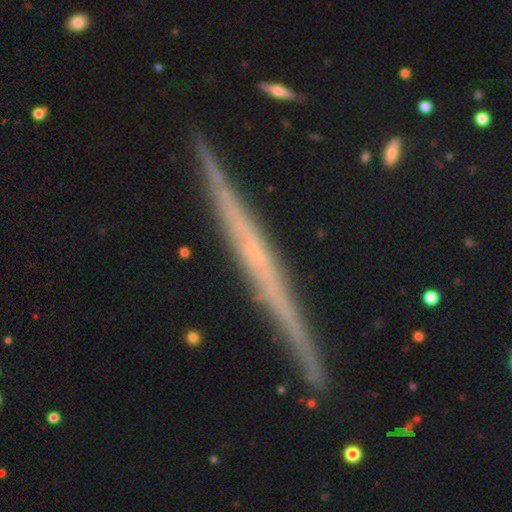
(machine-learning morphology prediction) Smooth or featured? Predicted: featured or disk (p=0.70). Edge-on disk? Predicted: yes (p=0.97). Edge-on bulge? Predicted: none (p=0.82). Merging? Predicted: none (p=0.90).